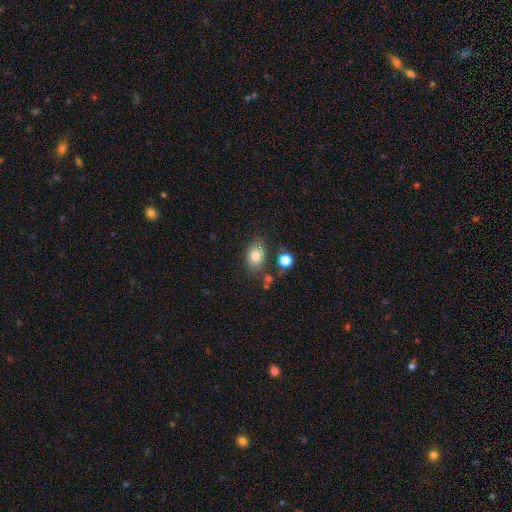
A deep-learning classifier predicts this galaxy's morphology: Overall: smooth (81%). How rounded: in between (78%). Merging: none (73%).